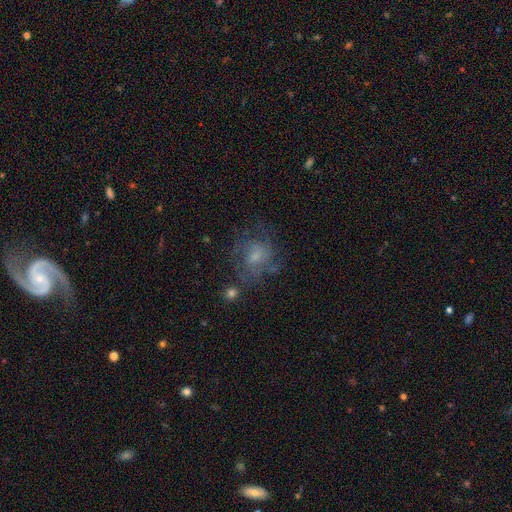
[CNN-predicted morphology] A featured or disk galaxy (55%) with no bar (57%), spiral arms (69%) and a moderate central bulge (39%).

Vote fractions:
- Smooth or featured? featured or disk: 55% / smooth: 34% / star or artifact: 11%
- Edge-on disk? no: 97% / yes: 3%
- Bar? no: 57% / weak: 38% / strong: 5%
- Spiral arms? yes: 69% / no: 31%
- Bulge size? moderate: 39% / small: 37% / none: 17% / large: 6% / dominant: 1%
- Merging? none: 55% / minor disturbance: 21% / major disturbance: 20% / merger: 4%